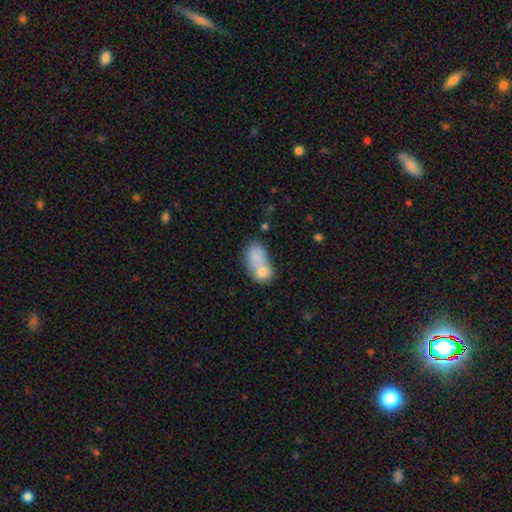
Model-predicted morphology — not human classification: Smooth or featured: smooth — 77% (featured or disk — 16%)
How rounded: in between — 81% (round — 17%)
Merging: merger — 65% (none — 19%)